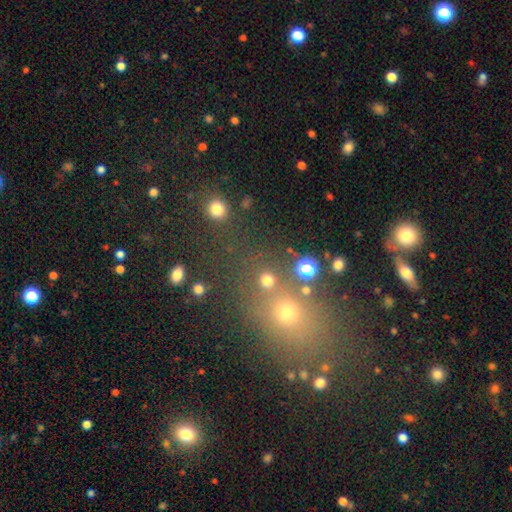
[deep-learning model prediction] smooth_or_featured: smooth (p=0.44) [alt: star or artifact p=0.43]
merging: none (p=0.68) [alt: merger p=0.15]